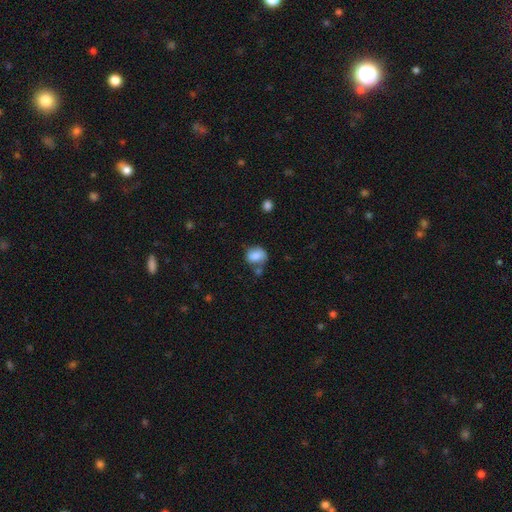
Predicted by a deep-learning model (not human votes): Smooth or featured? Predicted: smooth (p=0.80). How rounded? Predicted: round (p=0.52). Merging? Predicted: none (p=0.52).